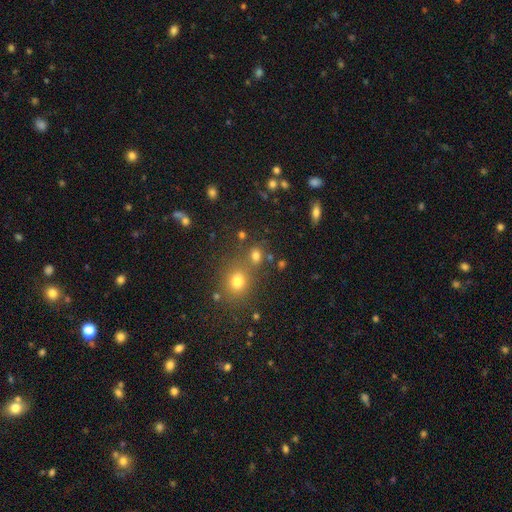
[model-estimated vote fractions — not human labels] A smooth galaxy with no disk features (73%) that is round (59%).

Vote fractions:
- Smooth or featured? smooth: 73% / star or artifact: 20% / featured or disk: 8%
- How rounded? round: 59% / in between: 40% / cigar-shaped: 2%
- Merging? none: 63% / merger: 22% / minor disturbance: 10% / major disturbance: 5%